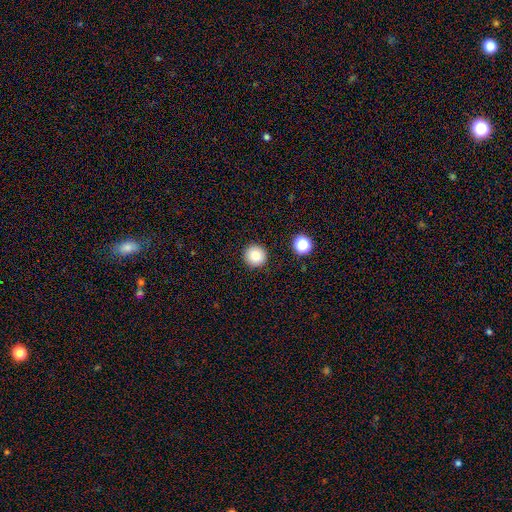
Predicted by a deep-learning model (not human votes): Smooth or featured? smooth (83%)
How rounded? round (95%)
Merging? none (91%)